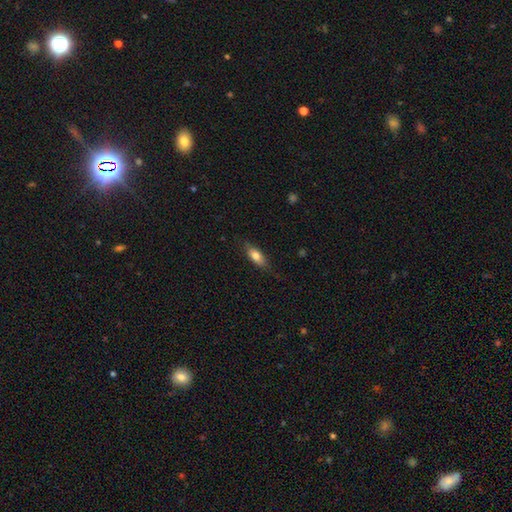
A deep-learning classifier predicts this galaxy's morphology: Q: Smooth or featured?
A: smooth (73%); runner-up: featured or disk (20%)
Q: How rounded?
A: in between (73%); runner-up: cigar-shaped (24%)
Q: Merging?
A: none (80%); runner-up: minor disturbance (16%)